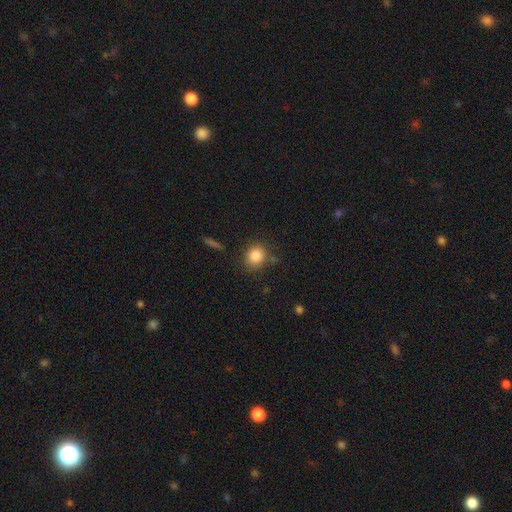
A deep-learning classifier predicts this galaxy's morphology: This appears to be a smooth galaxy with no disk features (86%) that is round (77%). Merging: none (79%).